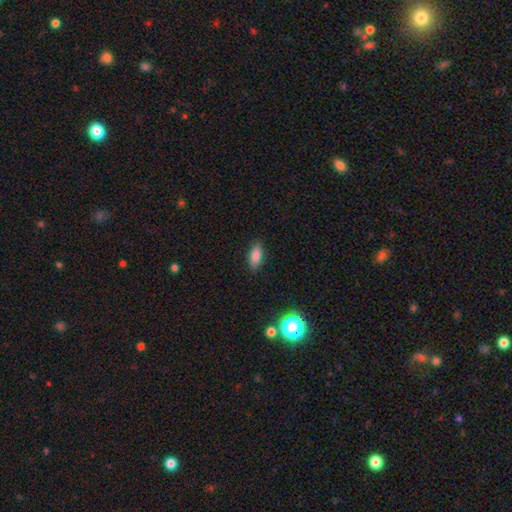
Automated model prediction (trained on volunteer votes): Smooth or featured? smooth (83%)
How rounded? in between (84%)
Merging? none (87%)